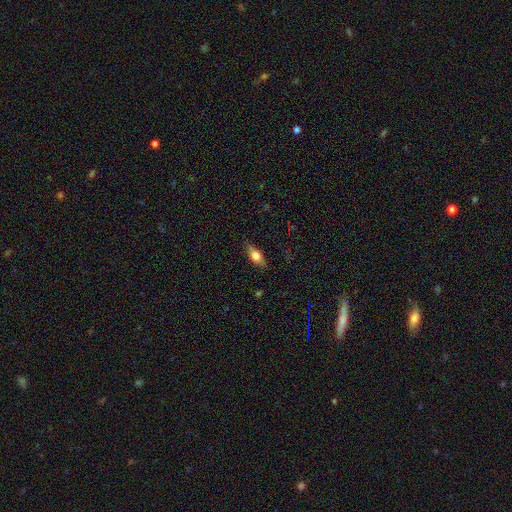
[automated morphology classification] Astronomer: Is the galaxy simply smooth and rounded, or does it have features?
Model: smooth — 61%.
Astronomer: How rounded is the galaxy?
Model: in between — 69%.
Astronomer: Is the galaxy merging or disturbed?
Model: none — 84%.